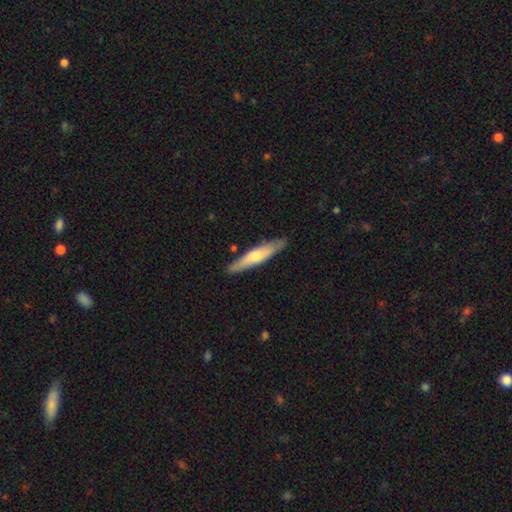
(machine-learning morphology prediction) Q: Smooth or featured?
A: smooth (54%); runner-up: featured or disk (41%)
Q: How rounded?
A: cigar-shaped (87%); runner-up: in between (12%)
Q: Merging?
A: none (86%); runner-up: minor disturbance (11%)